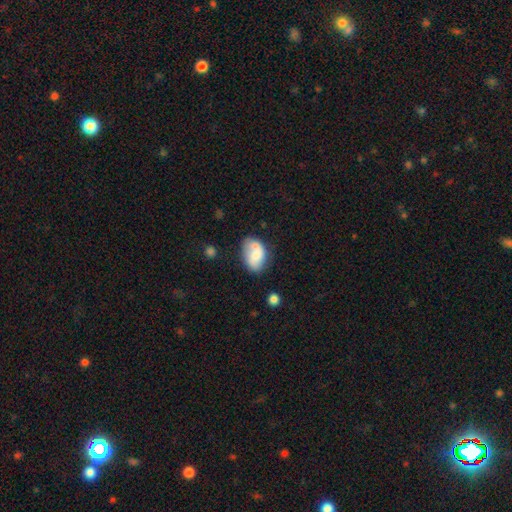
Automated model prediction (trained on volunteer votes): smooth_or_featured: smooth (p=0.56) [alt: featured or disk p=0.37]
how_rounded: in between (p=0.85) [alt: round p=0.13]
merging: none (p=0.49) [alt: minor disturbance p=0.24]